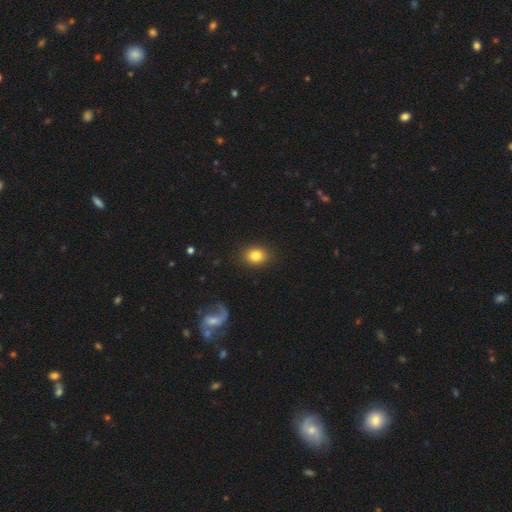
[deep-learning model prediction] This appears to be a smooth galaxy with no disk features (82%) that is round (50%). Merging: none (88%).